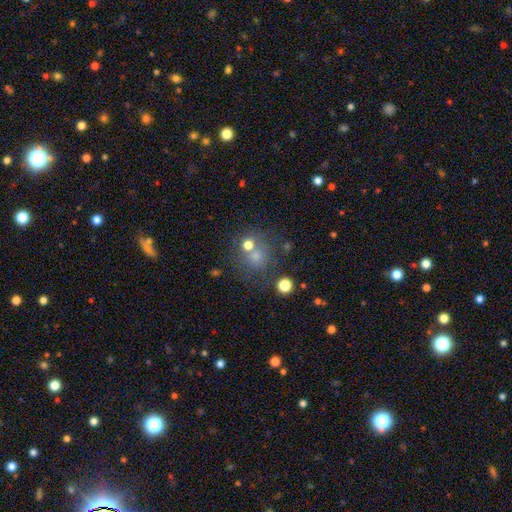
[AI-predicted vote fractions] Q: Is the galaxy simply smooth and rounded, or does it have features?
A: smooth — 58%.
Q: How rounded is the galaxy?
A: round — 87%.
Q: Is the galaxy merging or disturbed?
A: none — 63%.